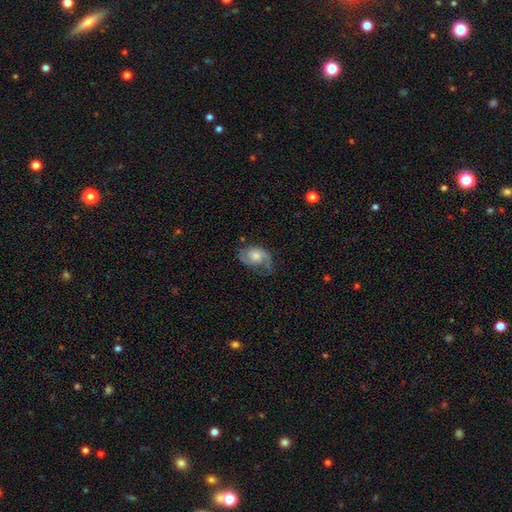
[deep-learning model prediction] smooth-or-featured: featured or disk: 68% | smooth: 25% | star or artifact: 7%
  disk-edge-on: no: 97% | yes: 3%
    bar: no: 69% | weak: 27% | strong: 4%
    has-spiral-arms: yes: 91% | no: 9%
      spiral-winding: medium: 46% | loose: 30% | tight: 24%
      spiral-arm-count: 2: 70% | 1: 19% | can't tell: 7% | 3: 1% | 4: 1% | more than 4: 1%
    bulge-size: moderate: 46% | small: 23% | large: 20% | none: 8% | dominant: 3%
  merging: none: 53% | minor disturbance: 27% | major disturbance: 19% | merger: 2%